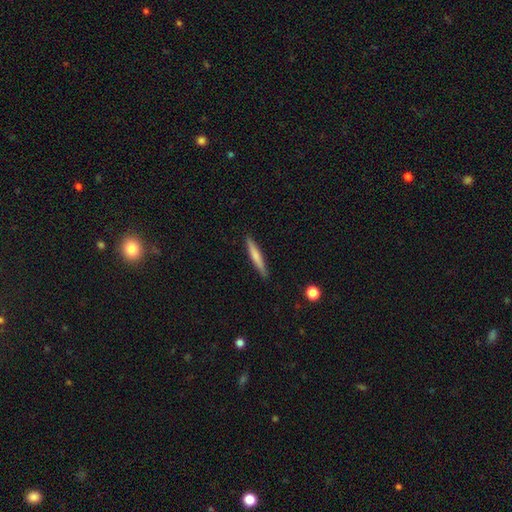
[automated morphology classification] type=smooth (63%); roundness=cigar-shaped (95%); merging=none (90%).